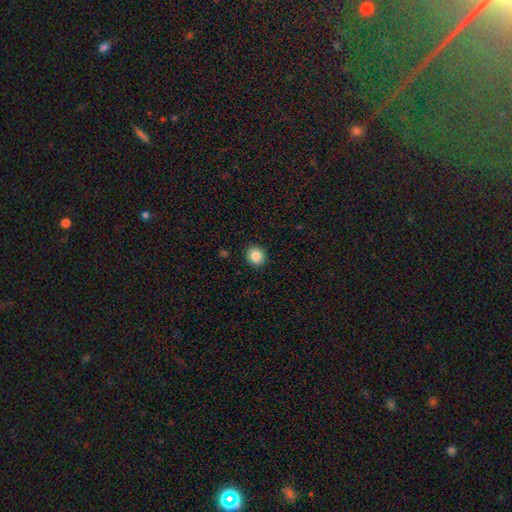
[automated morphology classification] Smooth or featured?
  - smooth: 86% *
  - star or artifact: 9%
  - featured or disk: 4%
How rounded?
  - round: 87% *
  - in between: 12%
  - cigar-shaped: 1%
Merging?
  - none: 92% *
  - minor disturbance: 6%
  - major disturbance: 2%
  - merger: 1%